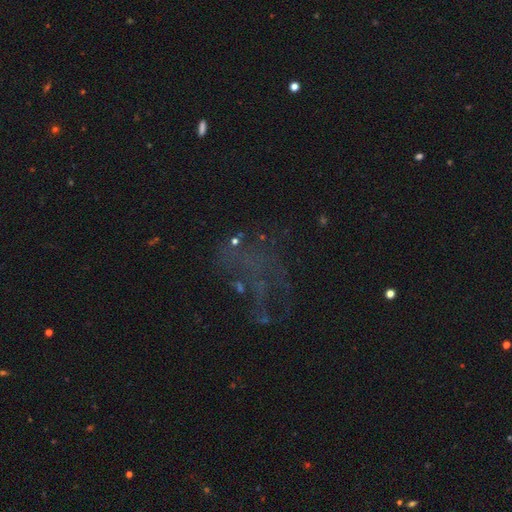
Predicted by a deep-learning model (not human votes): A star or artifact, not a galaxy (52%).

Vote fractions:
- Smooth or featured? star or artifact: 52% / featured or disk: 30% / smooth: 18%